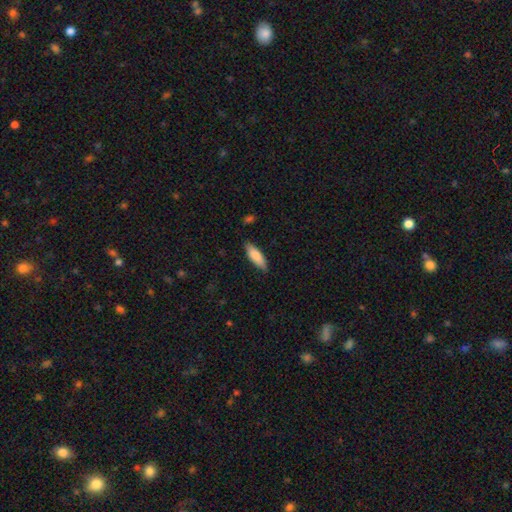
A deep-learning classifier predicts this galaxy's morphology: The model was most divided on "how rounded": in between: 57%, cigar-shaped: 42%, round: 2%. More confident: merging — none (86%); smooth or featured — smooth (84%).